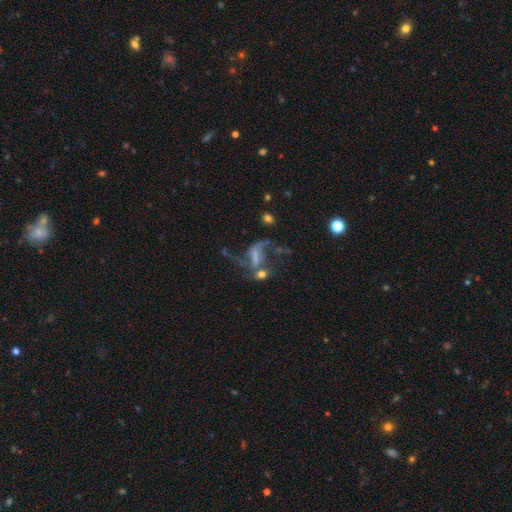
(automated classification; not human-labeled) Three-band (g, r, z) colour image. It shows a featured or disk galaxy (66%) with a weak bar (36%), spiral arms (72%) and no central bulge (51%). Merging: major disturbance (35%).